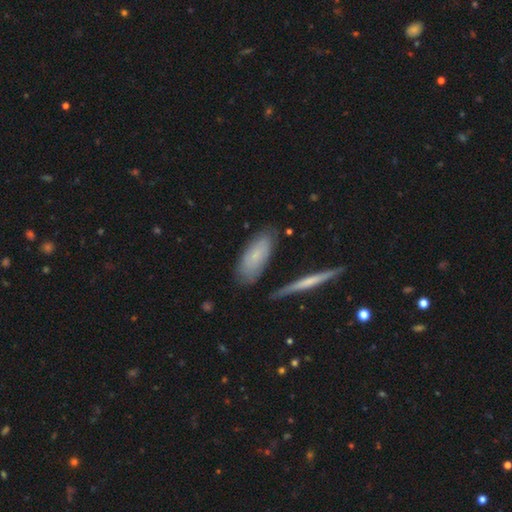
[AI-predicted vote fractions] A smooth galaxy with no disk features (62%) that is in between round and cigar-shaped (74%). Merging: none (73%).